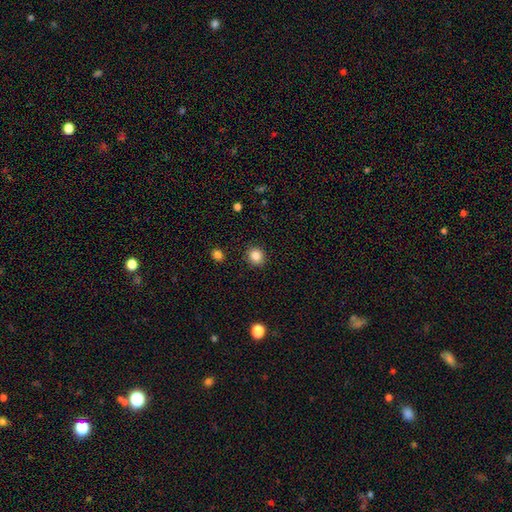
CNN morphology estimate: smooth 85%, star or artifact 10%, featured or disk 4%. Down the decision tree: how rounded — round (85%); merging — none (90%).